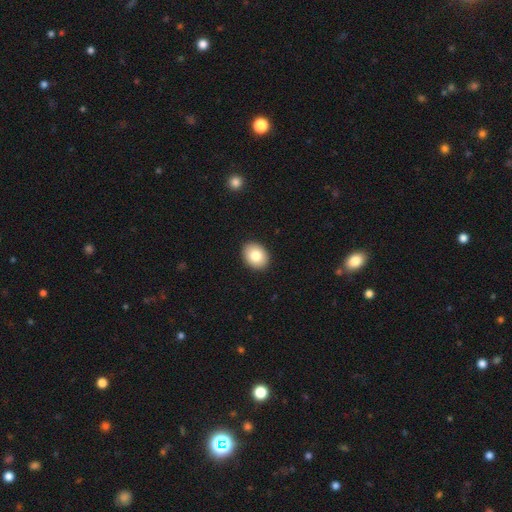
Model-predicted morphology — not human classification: smooth 82%, featured or disk 10%, star or artifact 8%. Down the decision tree: how rounded — in between (62%); merging — none (91%).